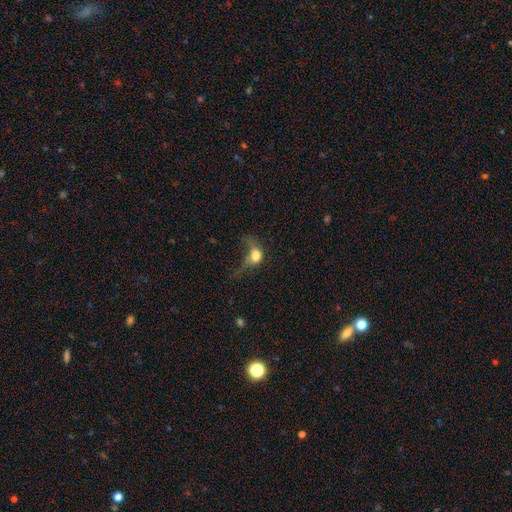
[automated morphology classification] Q: Smooth or featured?
A: smooth (60%); runner-up: featured or disk (28%)
Q: How rounded?
A: in between (50%); runner-up: round (44%)
Q: Merging?
A: major disturbance (56%); runner-up: none (19%)